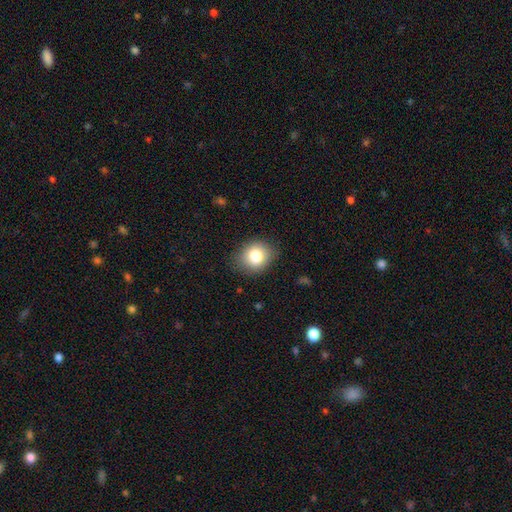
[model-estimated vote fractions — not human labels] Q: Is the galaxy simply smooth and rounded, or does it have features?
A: smooth — 81%.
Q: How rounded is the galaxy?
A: round — 63%.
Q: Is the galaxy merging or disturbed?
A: none — 83%.